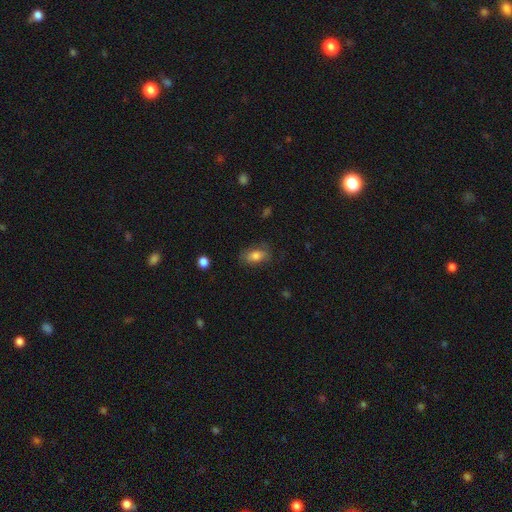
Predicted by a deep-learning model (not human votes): This appears to be a smooth galaxy with no disk features (72%) that is in between round and cigar-shaped (87%). Merging: none (70%).